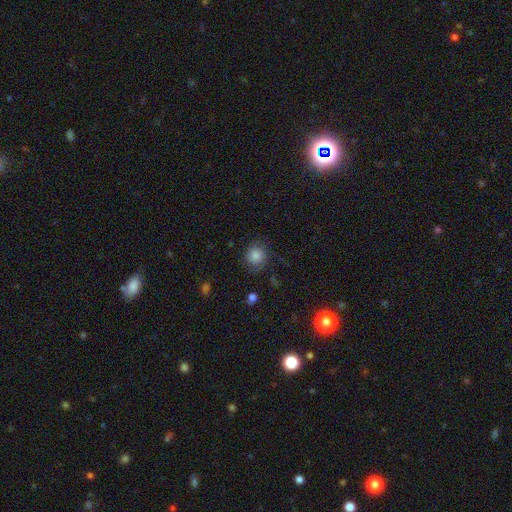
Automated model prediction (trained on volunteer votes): Overall: smooth (81%). How rounded: round (87%). Merging: none (76%).